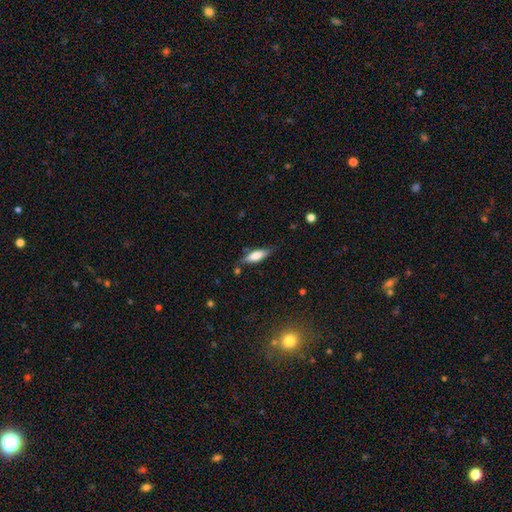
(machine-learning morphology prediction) smooth-or-featured: smooth: 67% | featured or disk: 27% | star or artifact: 7%
  how-rounded: in between: 54% | cigar-shaped: 44% | round: 2%
  merging: none: 75% | minor disturbance: 18% | major disturbance: 4% | merger: 3%